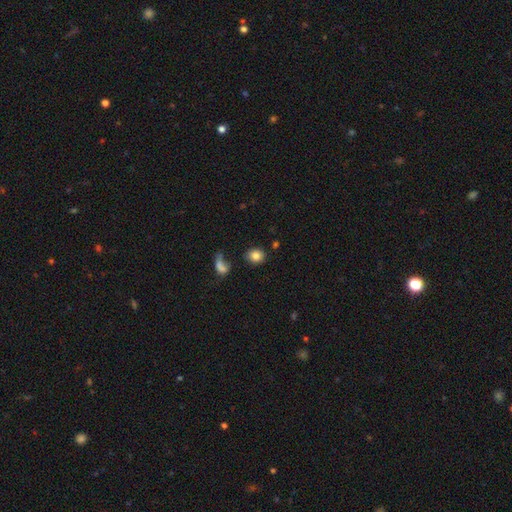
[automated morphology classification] smooth_or_featured: smooth (p=0.83) [alt: star or artifact p=0.10]
how_rounded: round (p=0.66) [alt: in between p=0.33]
merging: none (p=0.80) [alt: minor disturbance p=0.11]